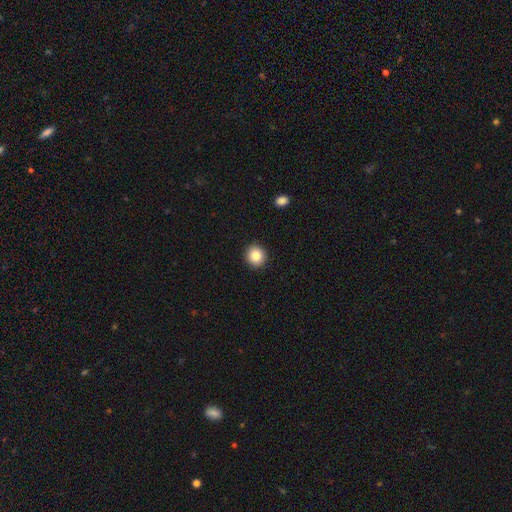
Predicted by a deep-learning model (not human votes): A smooth galaxy with no disk features (84%) that is round (90%).

Vote fractions:
- Smooth or featured? smooth: 84% / star or artifact: 9% / featured or disk: 6%
- How rounded? round: 90% / in between: 9% / cigar-shaped: 1%
- Merging? none: 93% / minor disturbance: 5% / major disturbance: 2% / merger: 1%